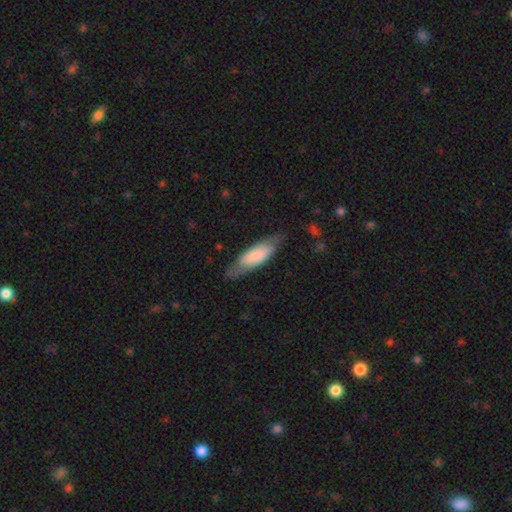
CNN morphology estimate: Overall: smooth (62%; featured or disk 32%). How rounded: in between (59%; cigar-shaped 40%). Merging: none (66%).